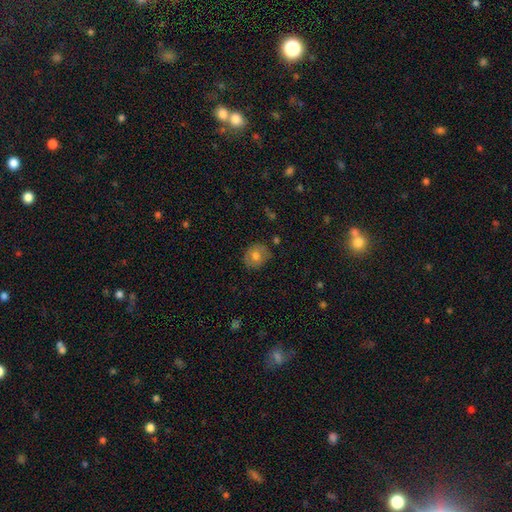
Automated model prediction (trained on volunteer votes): A smooth galaxy with no disk features (71%) that is round (77%).

Vote fractions:
- Smooth or featured? smooth: 71% / featured or disk: 20% / star or artifact: 9%
- How rounded? round: 77% / in between: 22% / cigar-shaped: 1%
- Merging? none: 79% / minor disturbance: 16% / major disturbance: 3% / merger: 2%